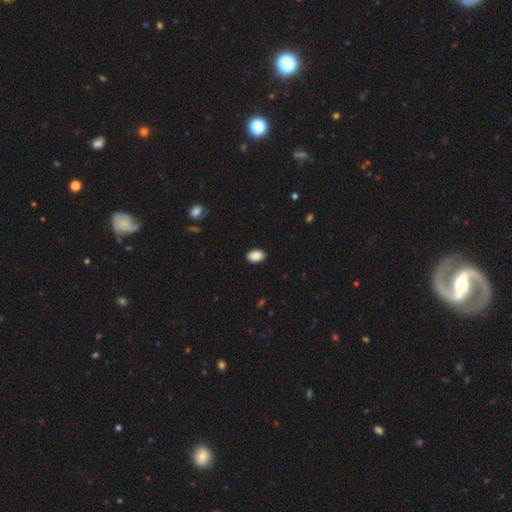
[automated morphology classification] Smooth or featured?
  - smooth: 90% *
  - star or artifact: 7%
  - featured or disk: 3%
How rounded?
  - in between: 90% *
  - round: 8%
  - cigar-shaped: 1%
Merging?
  - none: 89% *
  - minor disturbance: 8%
  - major disturbance: 2%
  - merger: 1%